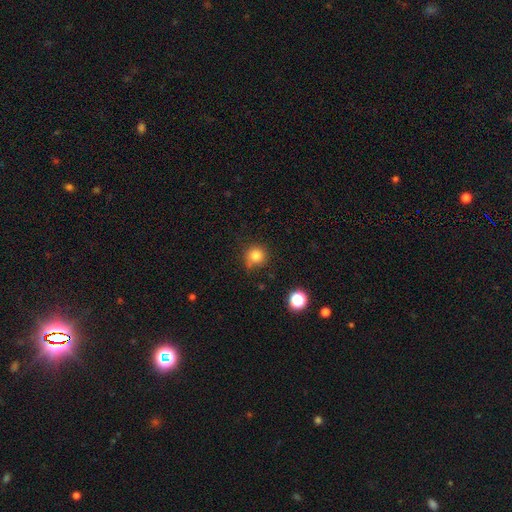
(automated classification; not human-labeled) A smooth galaxy with no disk features (81%) that is round (92%). Merging: none (72%).